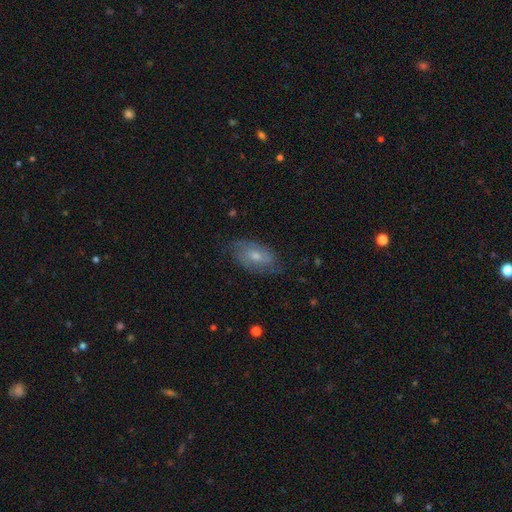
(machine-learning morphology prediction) The model was most divided on "bulge size": moderate: 54%, small: 39%, large: 3%, none: 3%, dominant: 1%. More confident: edge-on disk — no (91%); spiral arms — yes (79%); merging — none (73%); bar — no (63%); smooth or featured — featured or disk (55%).